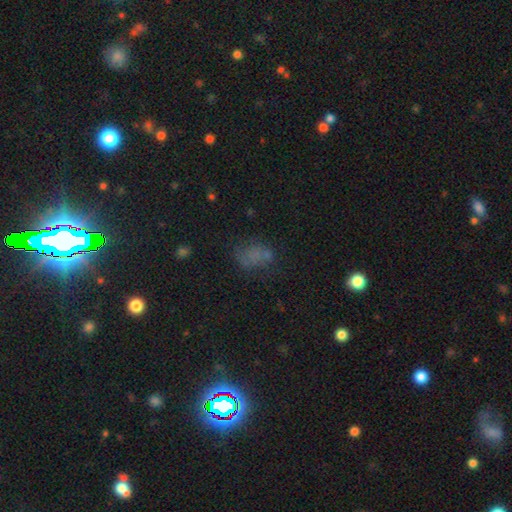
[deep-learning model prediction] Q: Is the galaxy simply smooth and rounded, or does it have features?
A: smooth — 54%.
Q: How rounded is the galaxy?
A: in between — 73%.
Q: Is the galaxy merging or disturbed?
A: none — 48%.